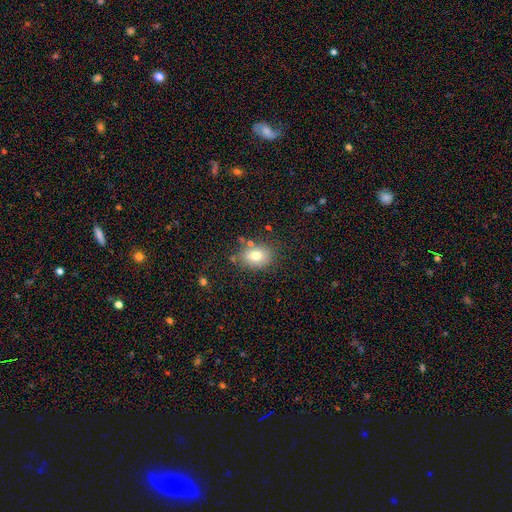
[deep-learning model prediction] Smooth or featured? smooth (76%)
How rounded? in between (65%)
Merging? none (75%)